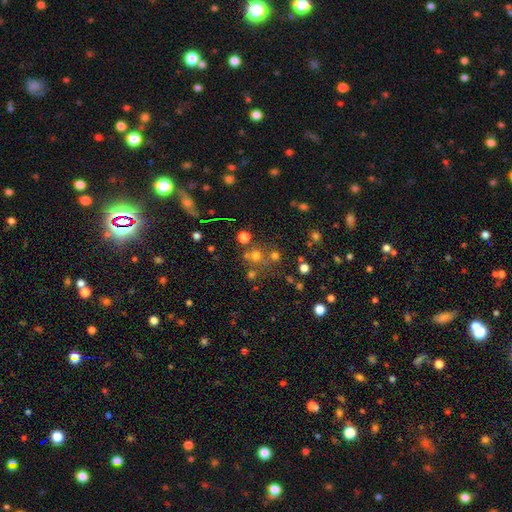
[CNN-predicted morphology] smooth-or-featured: smooth: 47% | star or artifact: 41% | featured or disk: 12%
  merging: none: 66% | merger: 22% | minor disturbance: 8% | major disturbance: 4%